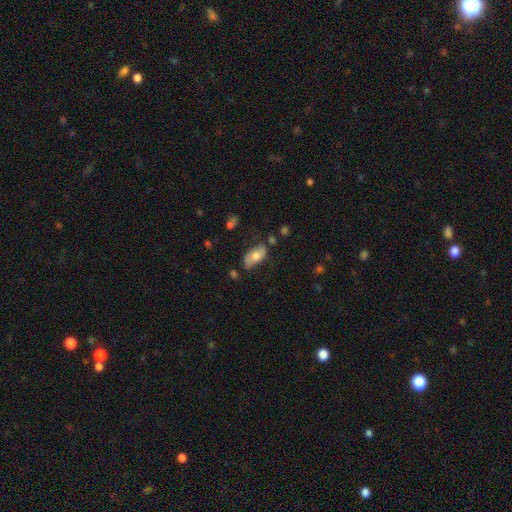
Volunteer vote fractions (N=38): Volunteers were most divided on "smooth or featured": featured or disk: 50%, smooth: 45%, star or artifact: 5%. More confident: edge-on disk — no (95%); spiral arm count — 2 (92%); spiral winding — loose (75%); bulge size — moderate (72%); spiral arms — yes (67%); bar — no (67%); merging — none (56%).